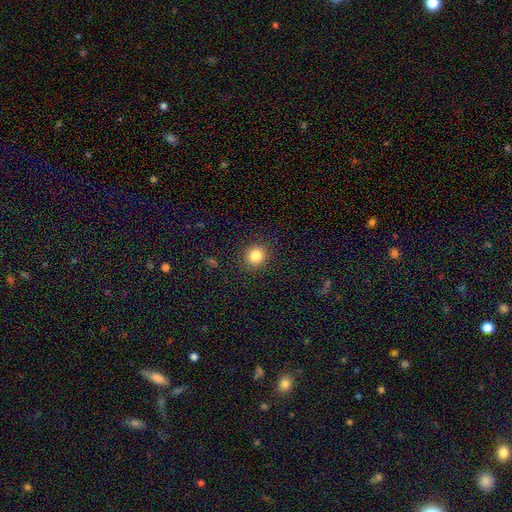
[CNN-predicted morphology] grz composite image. It shows a smooth galaxy with no disk features (84%) that is round (89%). Merging: none (90%).